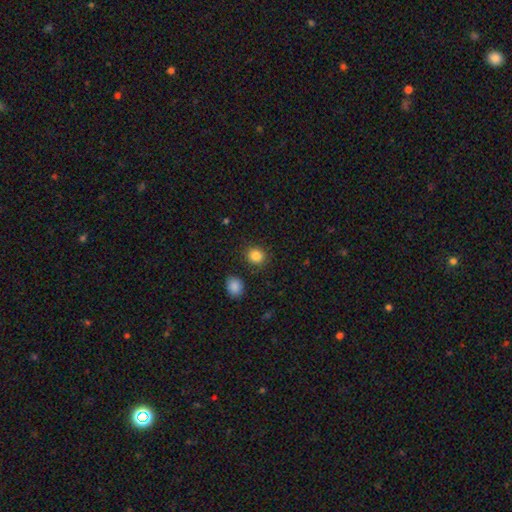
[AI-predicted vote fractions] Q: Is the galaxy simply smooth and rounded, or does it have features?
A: smooth — 85%.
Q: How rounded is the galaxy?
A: round — 82%.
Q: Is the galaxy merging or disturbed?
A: none — 87%.